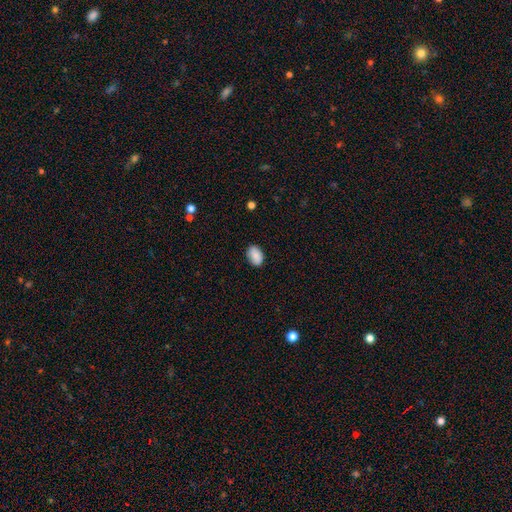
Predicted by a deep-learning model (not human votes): A smooth galaxy with no disk features (87%) that is in between round and cigar-shaped (84%).

Vote fractions:
- Smooth or featured? smooth: 87% / star or artifact: 7% / featured or disk: 6%
- How rounded? in between: 84% / round: 15% / cigar-shaped: 1%
- Merging? none: 84% / minor disturbance: 13% / major disturbance: 2% / merger: 1%